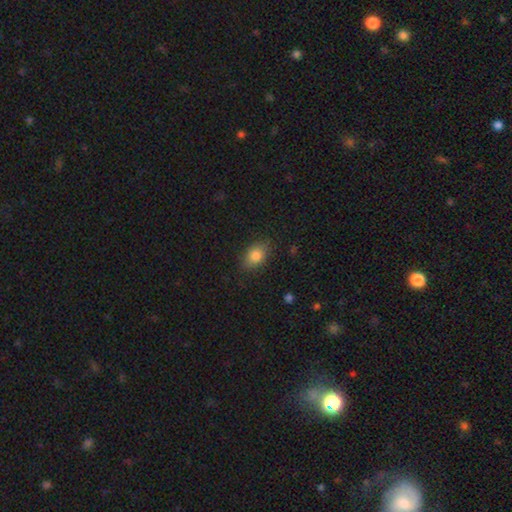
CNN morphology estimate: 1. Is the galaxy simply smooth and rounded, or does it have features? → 82% smooth, 9% star or artifact, 9% featured or disk.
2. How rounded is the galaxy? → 78% in between, 20% round, 2% cigar-shaped.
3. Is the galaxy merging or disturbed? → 82% none, 14% minor disturbance, 3% major disturbance, 1% merger.